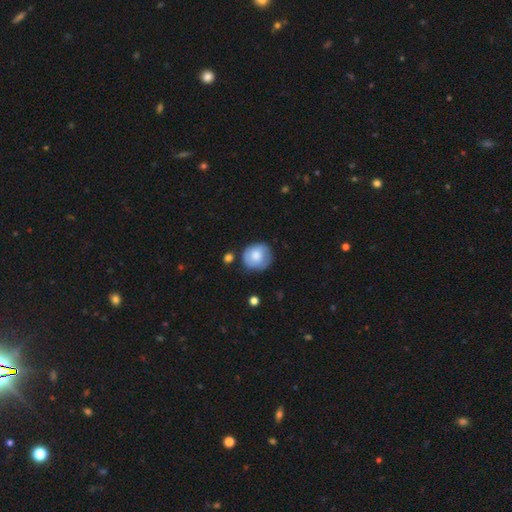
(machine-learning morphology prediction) Smooth or featured: smooth — 69% (featured or disk — 24%)
How rounded: round — 87% (in between — 12%)
Merging: none — 72% (minor disturbance — 20%)